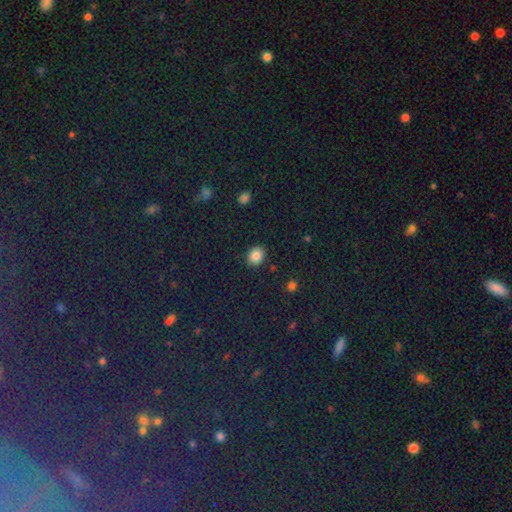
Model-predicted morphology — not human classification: Smooth or featured?
  - smooth: 85% *
  - star or artifact: 10%
  - featured or disk: 5%
How rounded?
  - round: 56% *
  - in between: 43%
  - cigar-shaped: 1%
Merging?
  - none: 89% *
  - minor disturbance: 7%
  - major disturbance: 2%
  - merger: 1%